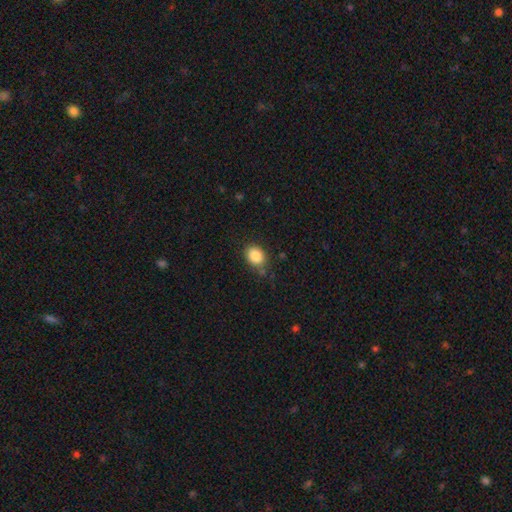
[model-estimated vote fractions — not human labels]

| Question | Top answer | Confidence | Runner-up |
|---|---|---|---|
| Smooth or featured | smooth | 86% | star or artifact (9%) |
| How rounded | in between | 57% | round (42%) |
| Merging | none | 77% | minor disturbance (16%) |